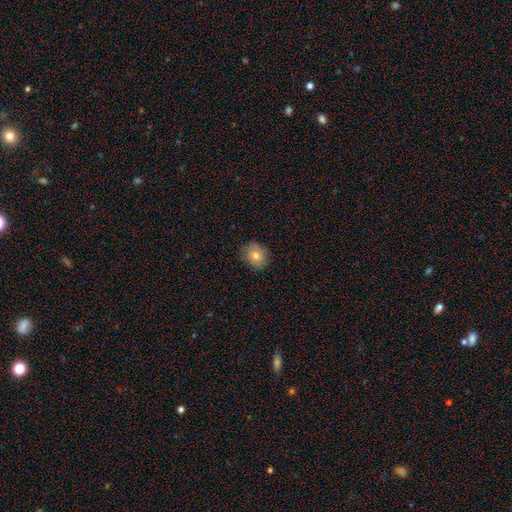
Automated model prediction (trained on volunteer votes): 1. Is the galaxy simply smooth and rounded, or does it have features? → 75% smooth, 16% featured or disk, 9% star or artifact.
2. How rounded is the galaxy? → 69% round, 30% in between, 1% cigar-shaped.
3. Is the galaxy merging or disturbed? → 82% none, 15% minor disturbance, 3% major disturbance, 1% merger.